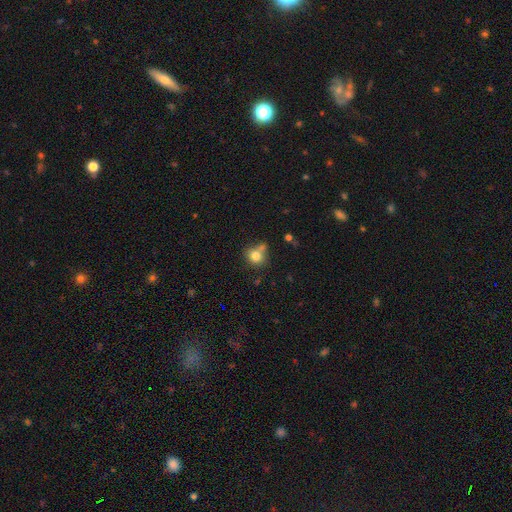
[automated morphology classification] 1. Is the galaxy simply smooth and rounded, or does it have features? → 79% smooth, 11% star or artifact, 10% featured or disk.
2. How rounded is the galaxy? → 79% round, 20% in between, 1% cigar-shaped.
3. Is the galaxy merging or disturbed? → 55% none, 23% merger, 16% minor disturbance, 6% major disturbance.